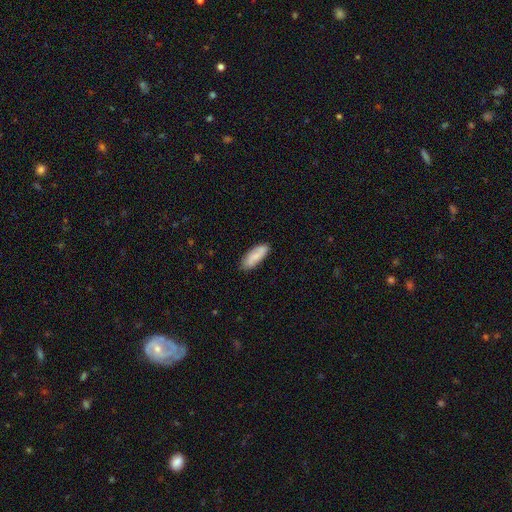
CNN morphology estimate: The model was most divided on "how rounded": in between: 69%, cigar-shaped: 29%, round: 2%. More confident: merging — none (84%); smooth or featured — smooth (78%).